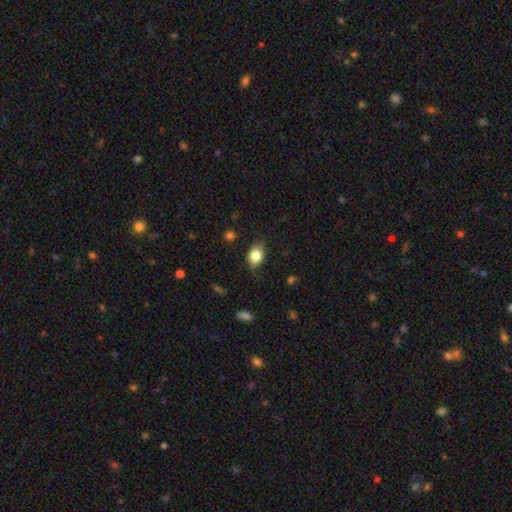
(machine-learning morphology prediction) A smooth galaxy with no disk features (81%) that is in between round and cigar-shaped (78%).

Vote fractions:
- Smooth or featured? smooth: 81% / featured or disk: 10% / star or artifact: 8%
- How rounded? in between: 78% / round: 20% / cigar-shaped: 2%
- Merging? none: 78% / minor disturbance: 17% / major disturbance: 4% / merger: 1%